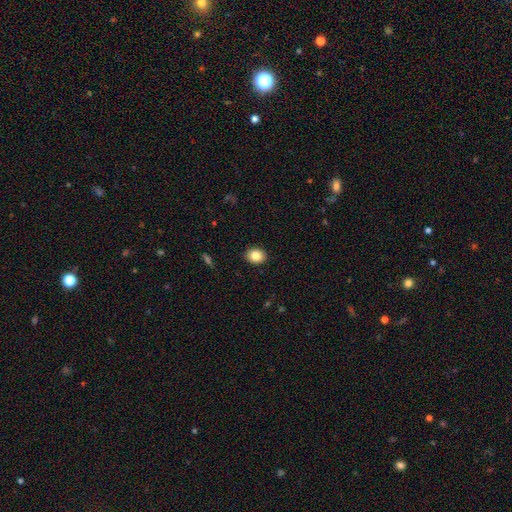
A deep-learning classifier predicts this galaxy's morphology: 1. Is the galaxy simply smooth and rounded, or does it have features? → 86% smooth, 9% star or artifact, 5% featured or disk.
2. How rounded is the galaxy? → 54% in between, 45% round, 1% cigar-shaped.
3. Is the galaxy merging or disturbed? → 90% none, 7% minor disturbance, 2% major disturbance, 1% merger.